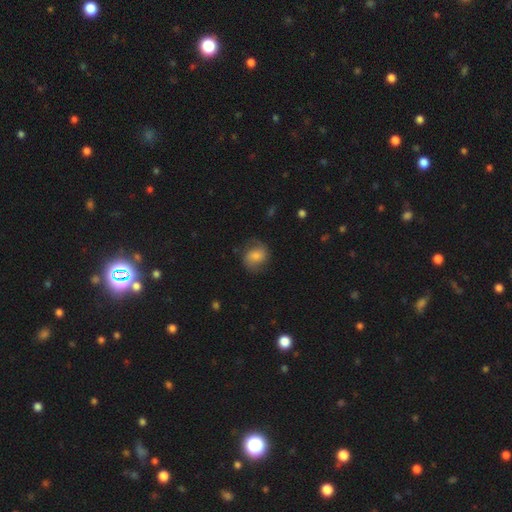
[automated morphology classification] smooth_or_featured: featured or disk (p=0.47) [alt: smooth p=0.45]
merging: none (p=0.70) [alt: minor disturbance p=0.20]